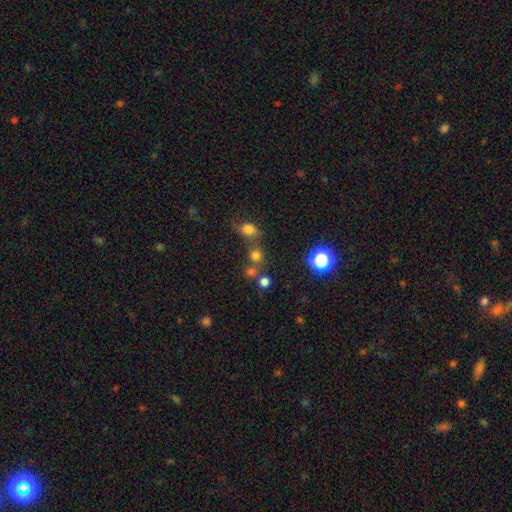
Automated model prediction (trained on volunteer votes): Smooth or featured? smooth (68%)
How rounded? round (82%)
Merging? none (60%)